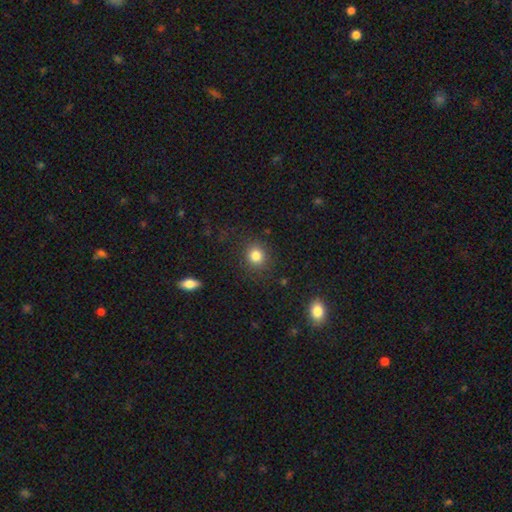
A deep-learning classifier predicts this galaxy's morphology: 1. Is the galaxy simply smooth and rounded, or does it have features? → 83% smooth, 12% star or artifact, 6% featured or disk.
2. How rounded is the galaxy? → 83% round, 16% in between, 1% cigar-shaped.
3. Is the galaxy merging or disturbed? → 86% none, 8% minor disturbance, 4% major disturbance, 2% merger.